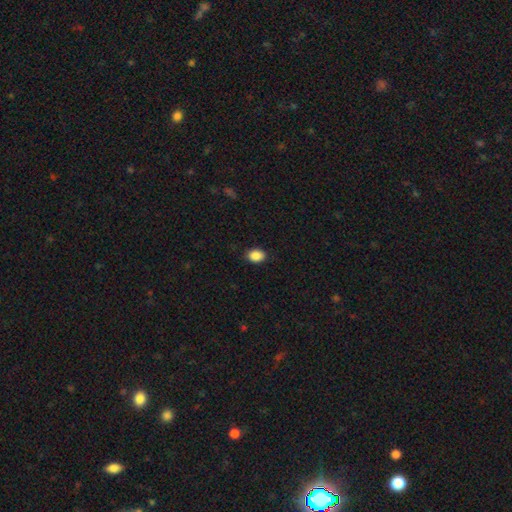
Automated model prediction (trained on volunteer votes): Smooth or featured?
  - smooth: 89% *
  - star or artifact: 8%
  - featured or disk: 3%
How rounded?
  - in between: 73% *
  - round: 26%
  - cigar-shaped: 1%
Merging?
  - none: 89% *
  - minor disturbance: 8%
  - major disturbance: 2%
  - merger: 1%